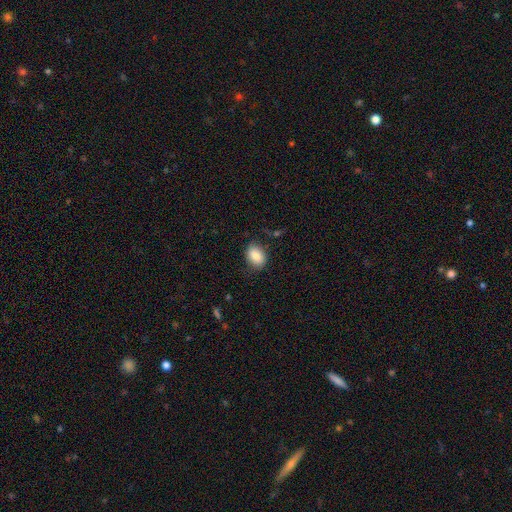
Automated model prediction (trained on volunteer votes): smooth 84%, featured or disk 8%, star or artifact 8%. Down the decision tree: how rounded — in between (71%); merging — none (79%).